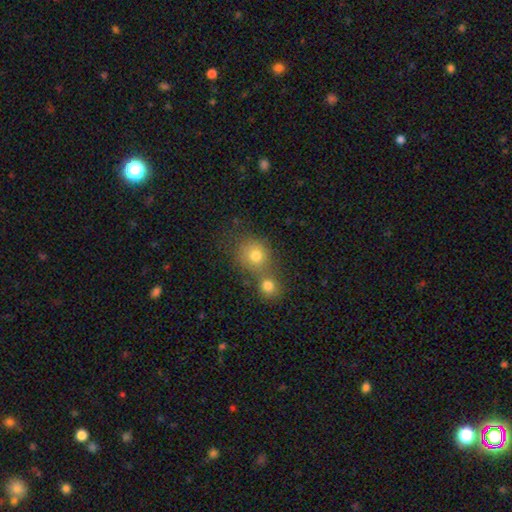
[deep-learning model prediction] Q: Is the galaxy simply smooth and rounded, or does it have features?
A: smooth — 76%.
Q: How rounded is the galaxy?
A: round — 81%.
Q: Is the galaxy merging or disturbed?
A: merger — 46%.